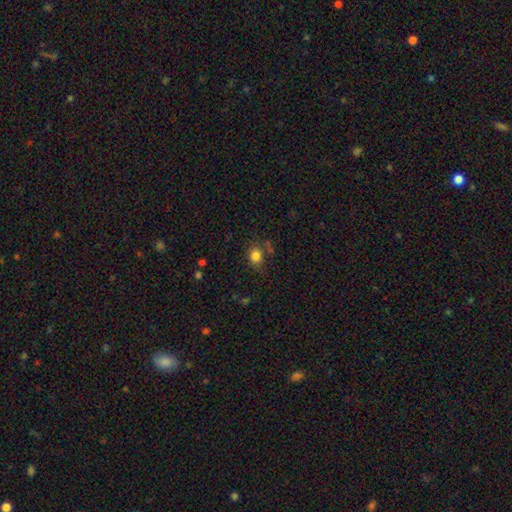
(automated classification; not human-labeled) Q: Smooth or featured?
A: smooth (82%); runner-up: star or artifact (12%)
Q: How rounded?
A: round (64%); runner-up: in between (35%)
Q: Merging?
A: none (73%); runner-up: minor disturbance (15%)